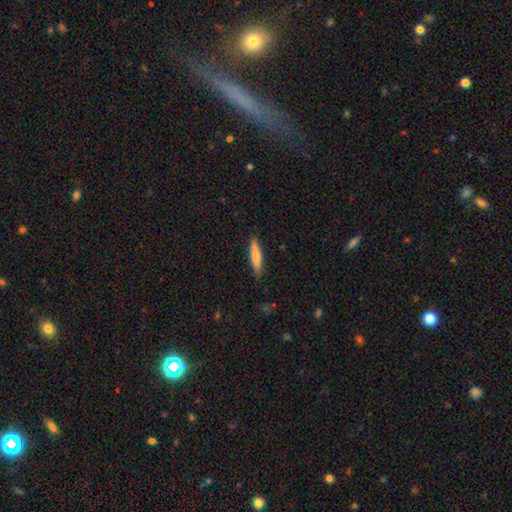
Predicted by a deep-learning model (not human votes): The model was most divided on "smooth or featured": smooth: 76%, featured or disk: 18%, star or artifact: 6%. More confident: merging — none (84%); how rounded — cigar-shaped (83%).